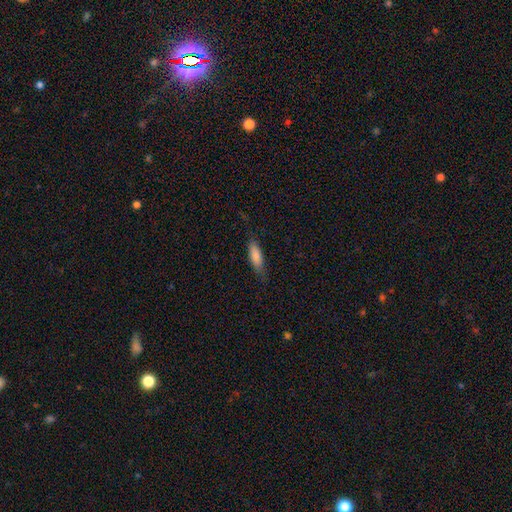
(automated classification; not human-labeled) A smooth galaxy with no disk features (83%) that is in between round and cigar-shaped (60%). Merging: none (76%).